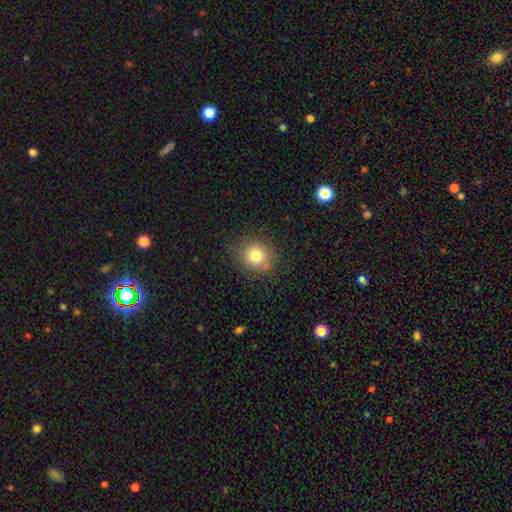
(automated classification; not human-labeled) Q: Smooth or featured?
A: smooth (79%); runner-up: star or artifact (12%)
Q: How rounded?
A: round (85%); runner-up: in between (14%)
Q: Merging?
A: none (81%); runner-up: minor disturbance (13%)